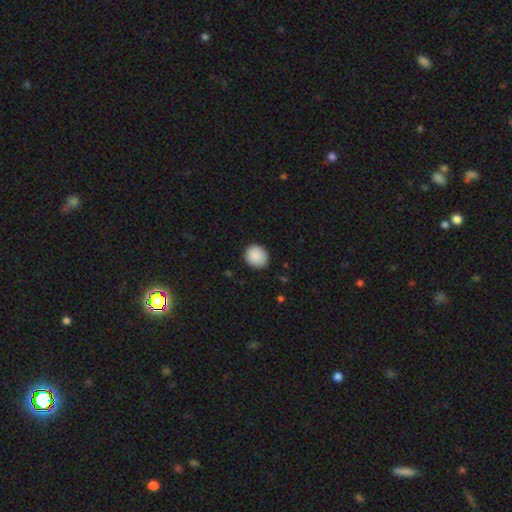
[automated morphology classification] smooth 90%, star or artifact 8%, featured or disk 3%. Down the decision tree: how rounded — round (79%); merging — none (87%).